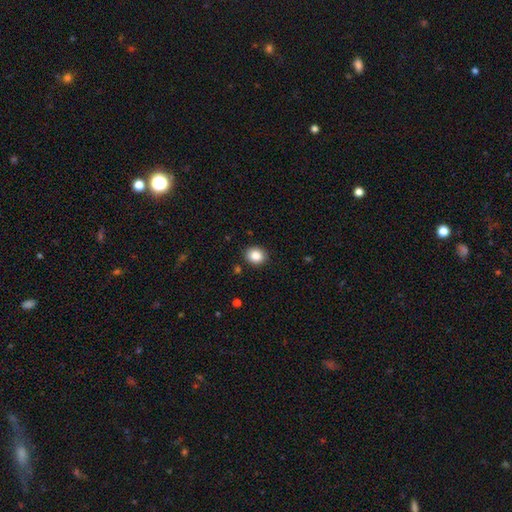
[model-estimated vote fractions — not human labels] This is clearly a smooth galaxy (86%). How rounded: likely round (70%). Merging: clearly none (90%).